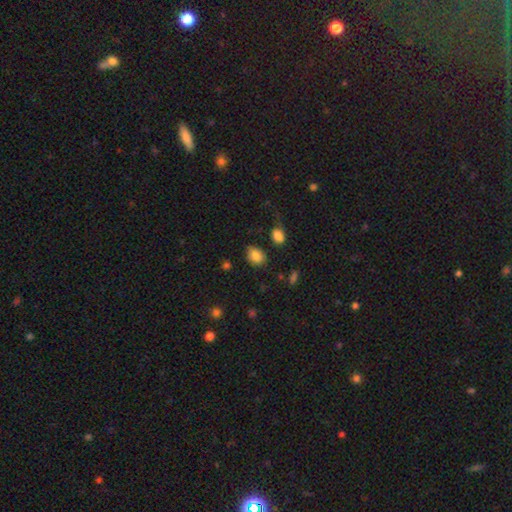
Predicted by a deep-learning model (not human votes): Smooth or featured? Predicted: smooth (p=0.83). How rounded? Predicted: in between (p=0.64). Merging? Predicted: none (p=0.78).